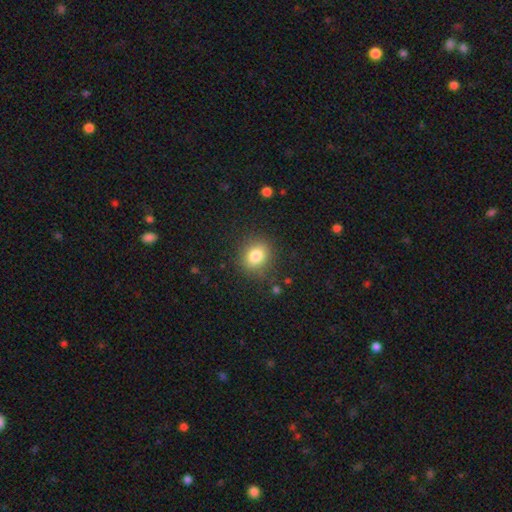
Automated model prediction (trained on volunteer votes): A smooth galaxy with no disk features (81%) that is round (66%). Merging: none (84%).